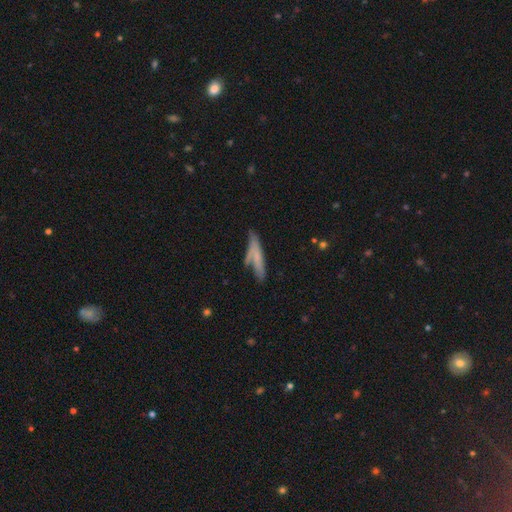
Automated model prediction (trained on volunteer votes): Smooth or featured? smooth (61%)
How rounded? cigar-shaped (83%)
Merging? none (53%)